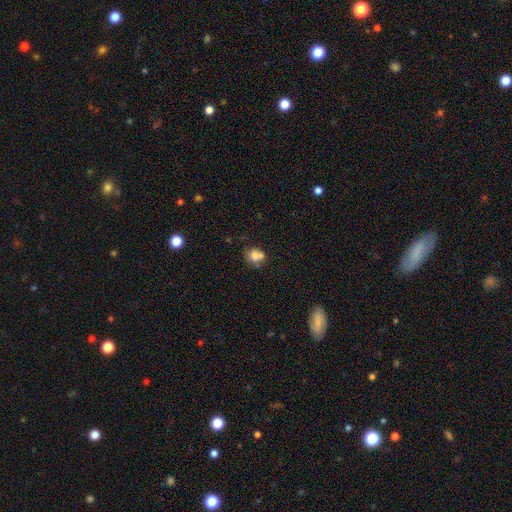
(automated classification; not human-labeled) Q: Smooth or featured?
A: smooth (75%); runner-up: featured or disk (14%)
Q: How rounded?
A: round (62%); runner-up: in between (37%)
Q: Merging?
A: none (46%); runner-up: merger (30%)